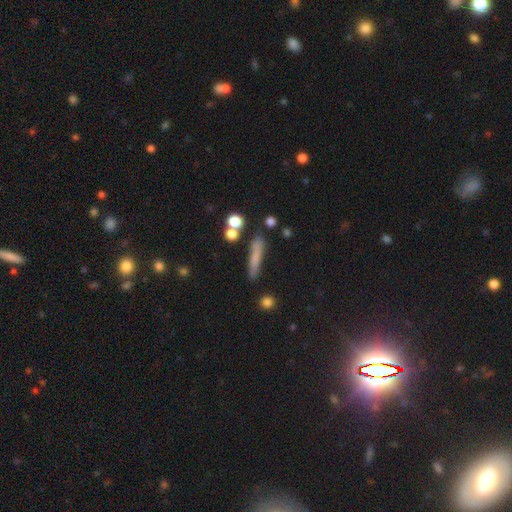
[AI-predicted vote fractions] The model was most divided on "smooth or featured": smooth: 69%, featured or disk: 21%, star or artifact: 10%. More confident: how rounded — cigar-shaped (87%); merging — none (79%).